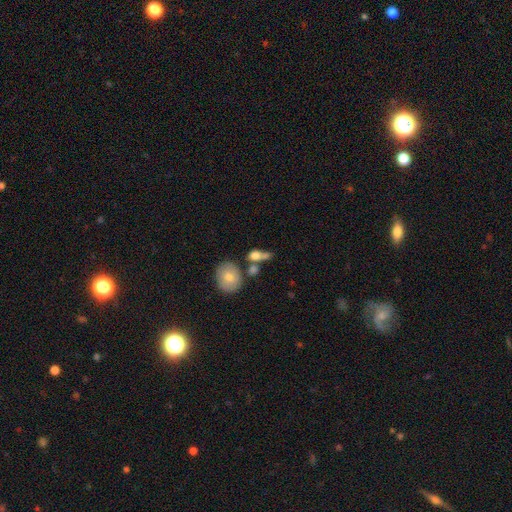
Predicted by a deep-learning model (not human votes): Morphology: type=smooth (74%); roundness=in between (63%); merging=none (41%).